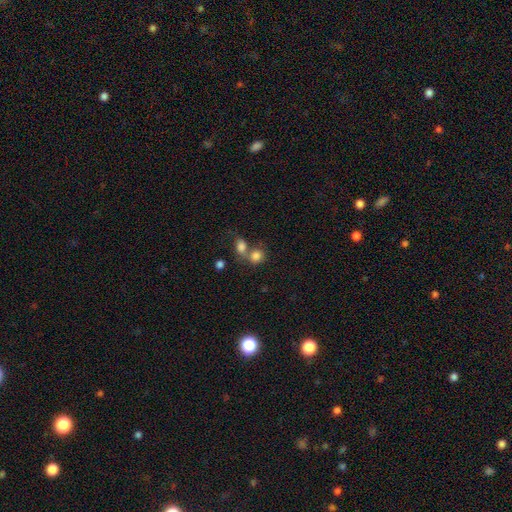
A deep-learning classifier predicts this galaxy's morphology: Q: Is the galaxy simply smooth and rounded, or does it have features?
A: smooth — 81%.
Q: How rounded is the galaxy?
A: round — 61%.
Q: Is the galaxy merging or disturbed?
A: merger — 51%.